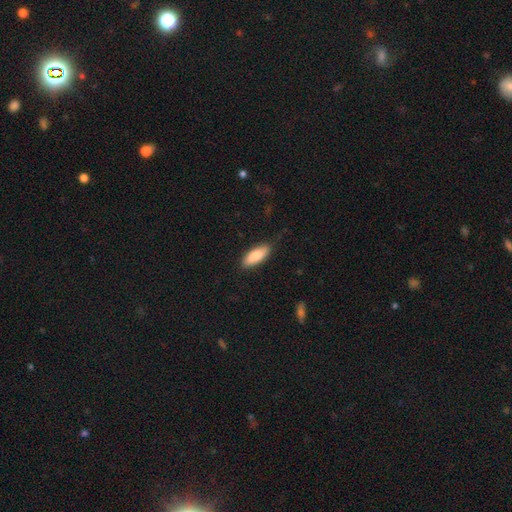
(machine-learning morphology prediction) This is clearly a smooth galaxy (87%). How rounded: likely in between (78%). Merging: likely none (78%).